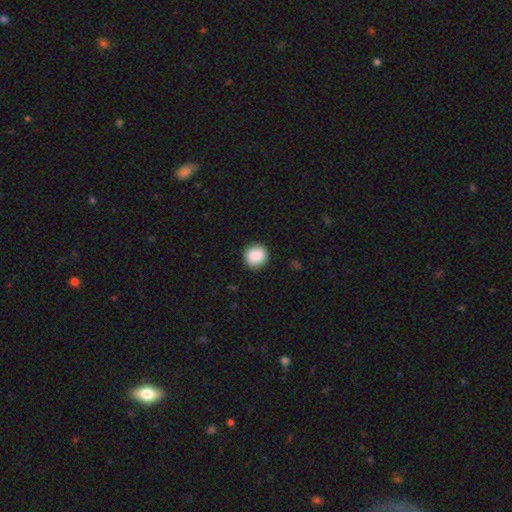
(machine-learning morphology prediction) Overall: smooth (89%). How rounded: round (91%). Merging: none (89%).